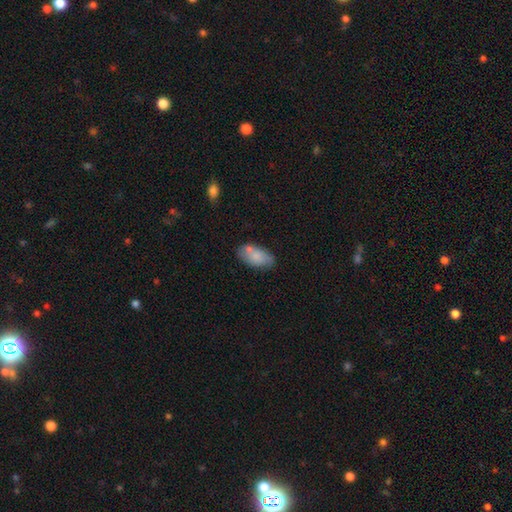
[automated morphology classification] Smooth or featured: smooth — 72% (featured or disk — 21%)
How rounded: in between — 93% (cigar-shaped — 4%)
Merging: none — 58% (minor disturbance — 22%)